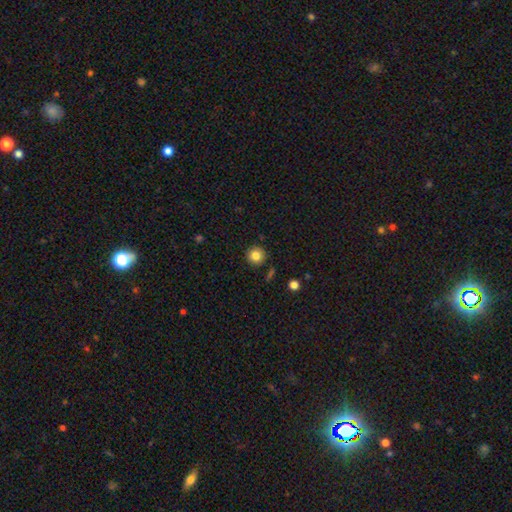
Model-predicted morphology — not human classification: This appears to be a smooth galaxy with no disk features (82%) that is round (94%). Merging: none (90%).